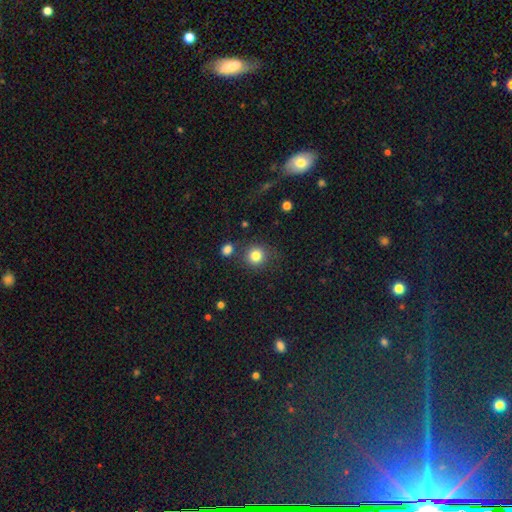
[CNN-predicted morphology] Overall: smooth (82%). How rounded: round (91%). Merging: none (80%).